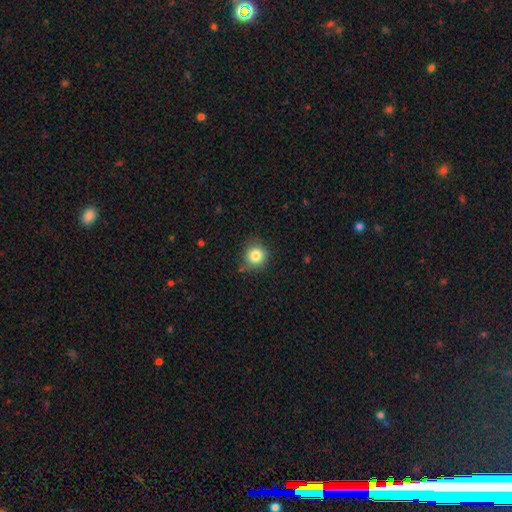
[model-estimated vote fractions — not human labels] smooth 83%, star or artifact 10%, featured or disk 7%. Down the decision tree: how rounded — round (89%); merging — none (78%).